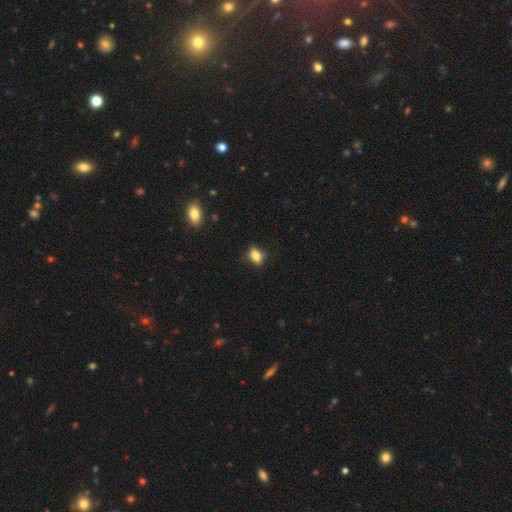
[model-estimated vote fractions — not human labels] This is clearly a smooth galaxy (84%). How rounded: likely in between (76%). Merging: clearly none (80%).